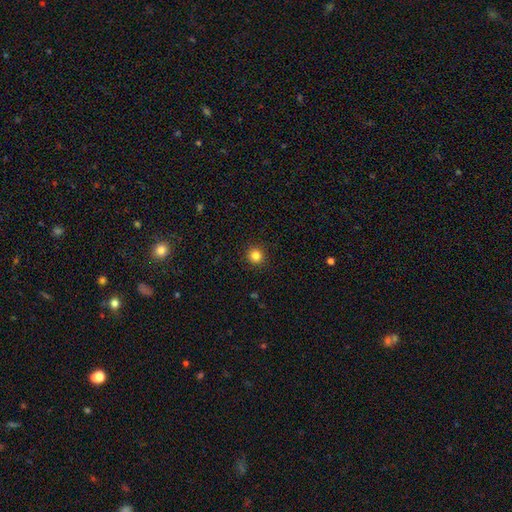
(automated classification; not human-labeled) This appears to be a smooth galaxy with no disk features (84%) that is round (94%). Merging: none (92%).